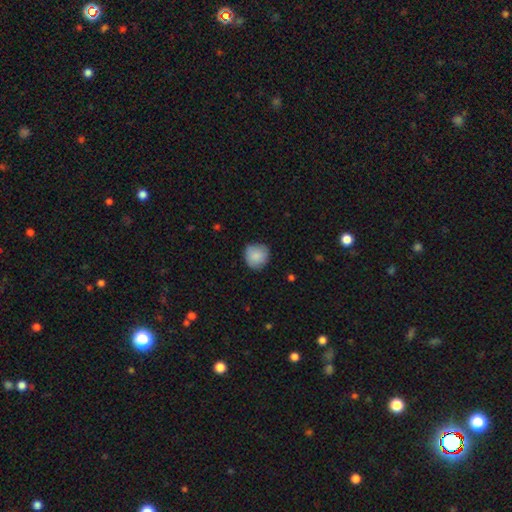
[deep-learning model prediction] This appears to be a smooth galaxy with no disk features (86%) that is round (91%). Merging: none (80%).